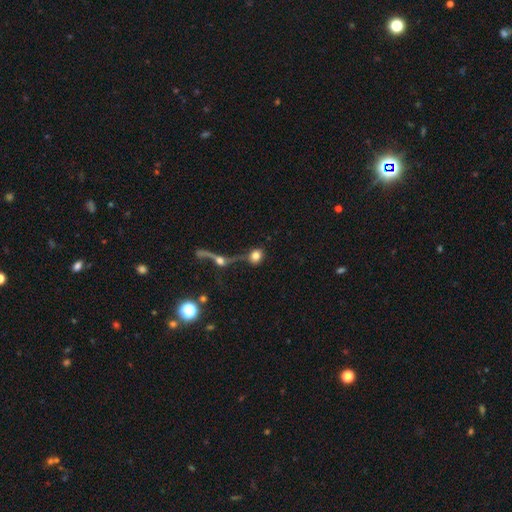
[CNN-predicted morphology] Smooth or featured? smooth (75%)
How rounded? round (68%)
Merging? none (43%)